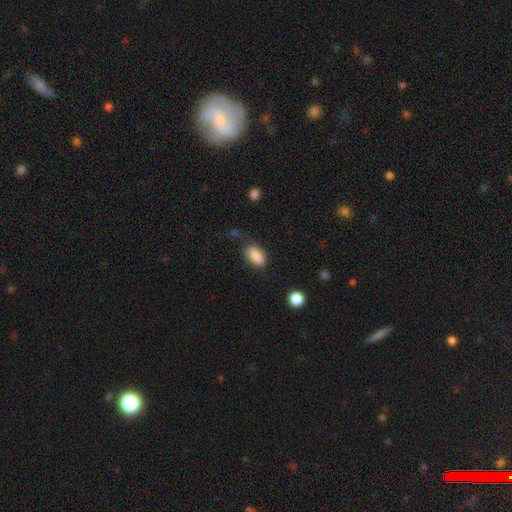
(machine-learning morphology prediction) smooth-or-featured: smooth: 82% | featured or disk: 10% | star or artifact: 8%
  how-rounded: in between: 89% | round: 7% | cigar-shaped: 4%
  merging: none: 63% | minor disturbance: 25% | major disturbance: 8% | merger: 3%